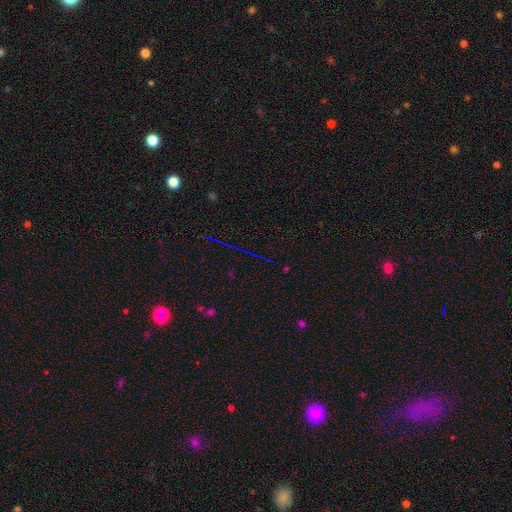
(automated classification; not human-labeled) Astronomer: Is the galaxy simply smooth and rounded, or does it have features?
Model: star or artifact — 73%.